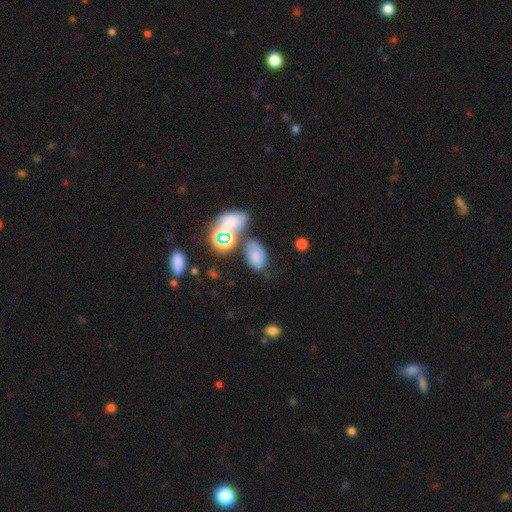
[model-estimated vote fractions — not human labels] This appears to be a smooth galaxy with no disk features (69%) that is in between round and cigar-shaped (89%). Merging: none (55%).